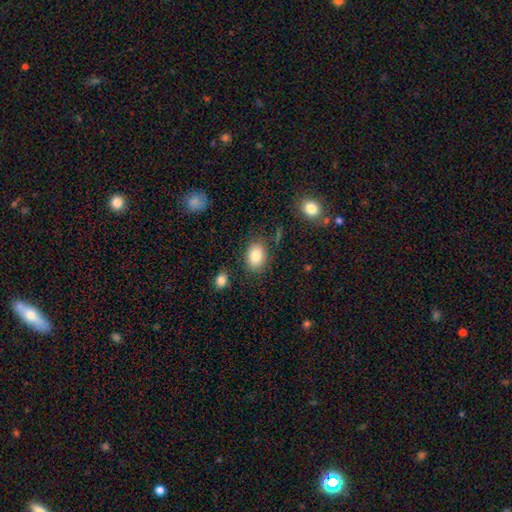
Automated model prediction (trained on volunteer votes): smooth_or_featured: smooth (p=0.84) [alt: star or artifact p=0.08]
how_rounded: in between (p=0.79) [alt: round p=0.20]
merging: none (p=0.80) [alt: minor disturbance p=0.13]